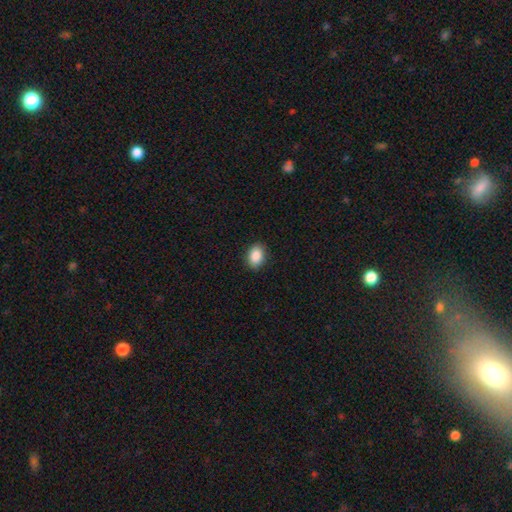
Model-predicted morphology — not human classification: type=smooth (88%); roundness=in between (77%); merging=none (89%).